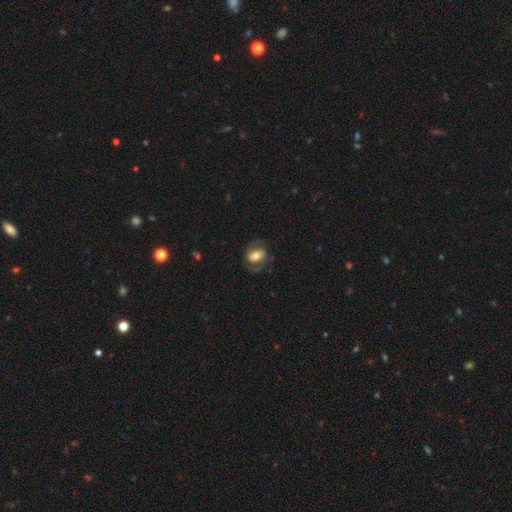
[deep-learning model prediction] featured or disk 48%, smooth 45%, star or artifact 7%. Down the decision tree: merging — none (63%).